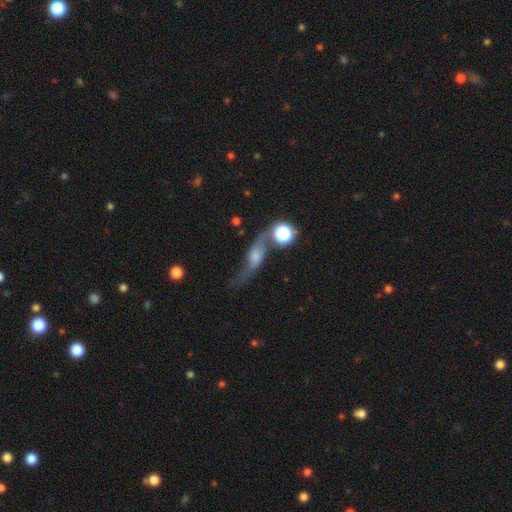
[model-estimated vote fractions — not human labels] Morphology: type=featured or disk (72%); edge-on=no (71%); bar=no (62%); spiral arms=yes (90%); bulge=moderate (43%); merging=none (61%).